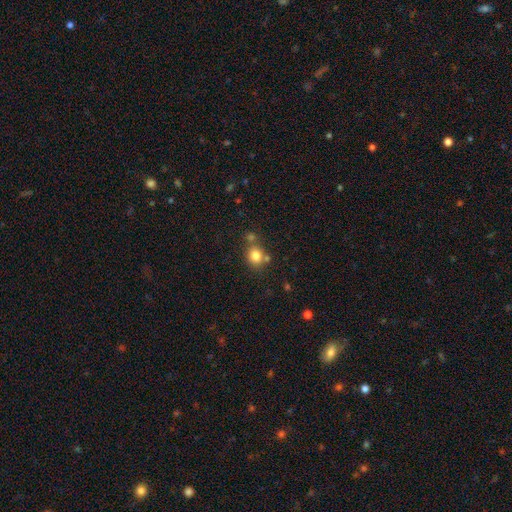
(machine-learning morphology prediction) The model was most divided on "merging": none: 64%, merger: 21%, minor disturbance: 12%, major disturbance: 4%. More confident: smooth or featured — smooth (81%); how rounded — round (73%).